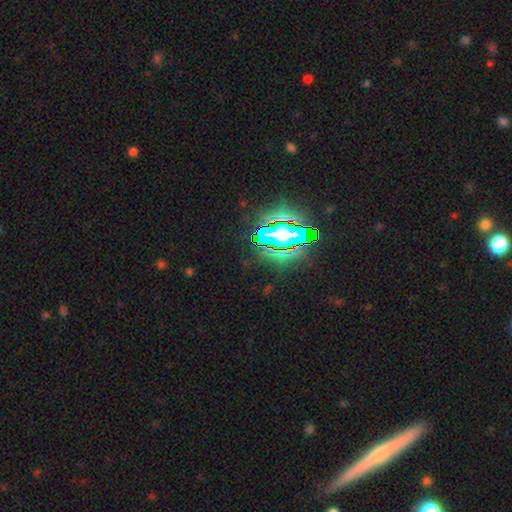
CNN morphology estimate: type=star or artifact (80%).